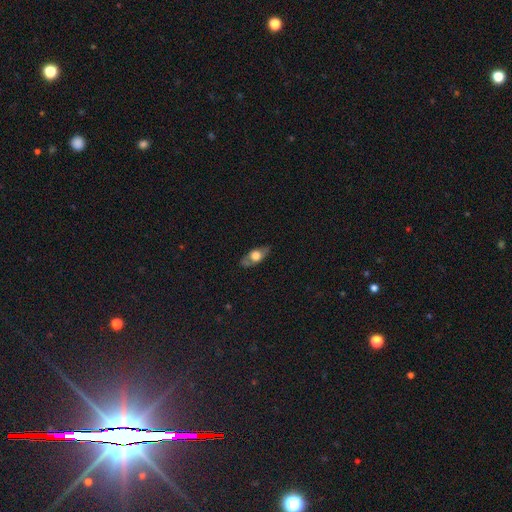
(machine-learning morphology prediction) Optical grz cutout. It shows a smooth galaxy with no disk features (48%). Merging: none (76%).